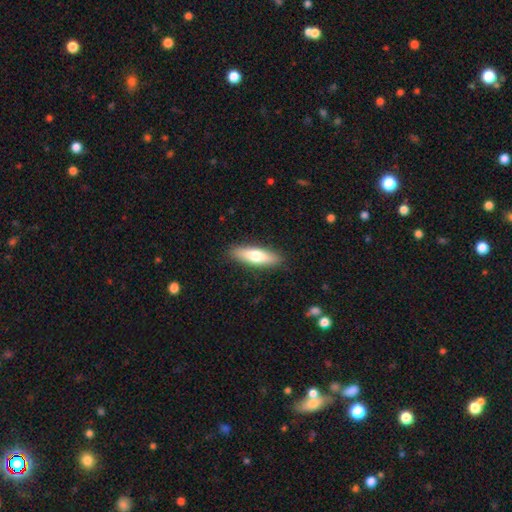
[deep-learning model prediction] Smooth or featured: smooth — 65% (featured or disk — 29%)
How rounded: cigar-shaped — 61% (in between — 37%)
Merging: none — 89% (minor disturbance — 8%)